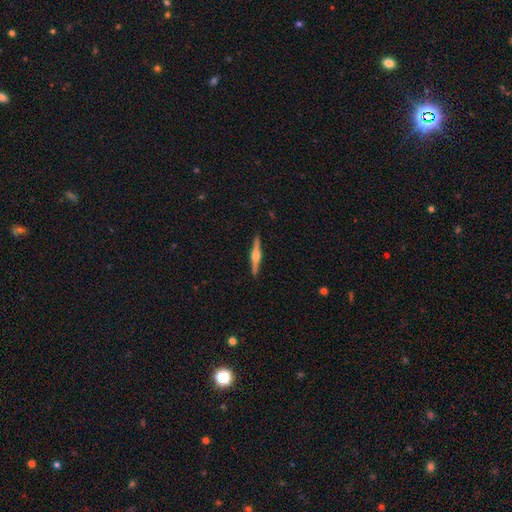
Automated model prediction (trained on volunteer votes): Smooth or featured? featured or disk (80%)
Edge-on disk? yes (99%)
Edge-on bulge? rounded (94%)
Merging? none (92%)